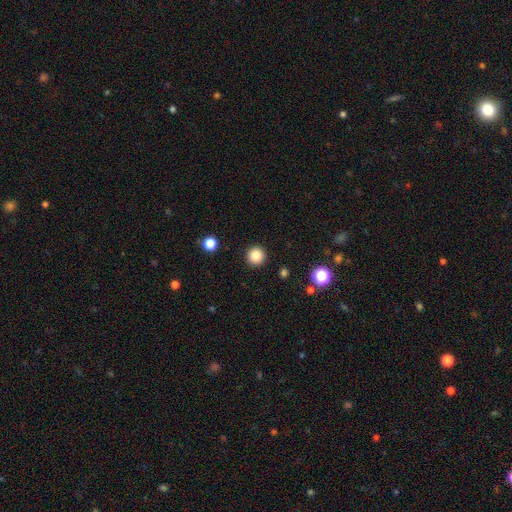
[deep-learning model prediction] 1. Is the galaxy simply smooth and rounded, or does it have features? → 85% smooth, 11% star or artifact, 4% featured or disk.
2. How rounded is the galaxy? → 96% round, 3% in between, 1% cigar-shaped.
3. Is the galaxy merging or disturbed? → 93% none, 4% minor disturbance, 2% major disturbance, 1% merger.